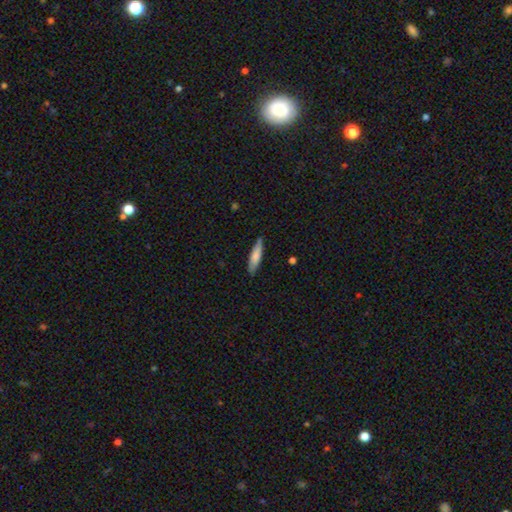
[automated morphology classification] Smooth or featured?
  - smooth: 77% *
  - featured or disk: 17%
  - star or artifact: 6%
How rounded?
  - cigar-shaped: 71% *
  - in between: 27%
  - round: 1%
Merging?
  - none: 82% *
  - minor disturbance: 14%
  - major disturbance: 2%
  - merger: 1%